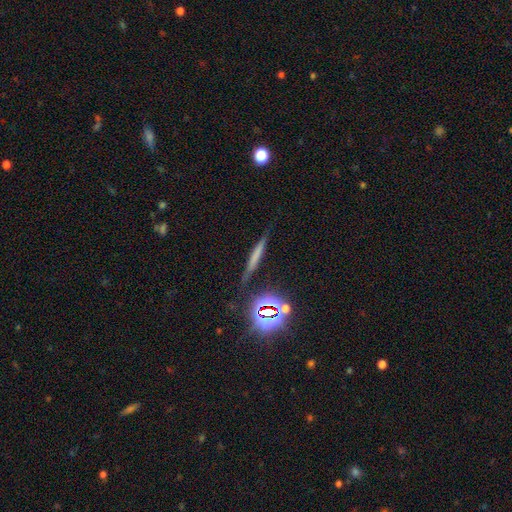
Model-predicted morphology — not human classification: smooth 53%, featured or disk 30%, star or artifact 17%. Down the decision tree: how rounded — cigar-shaped (92%); merging — none (80%).